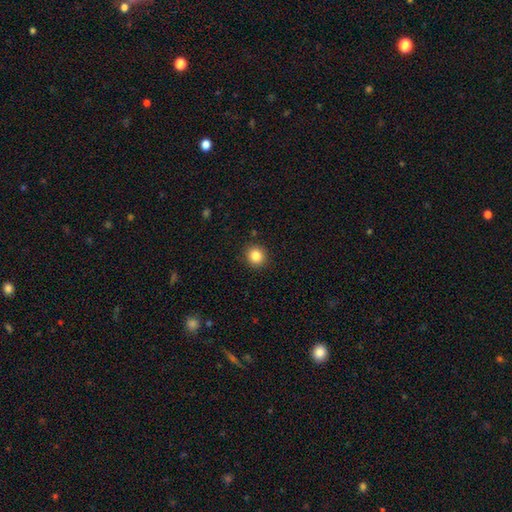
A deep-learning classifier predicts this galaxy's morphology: A smooth galaxy with no disk features (85%) that is round (89%).

Vote fractions:
- Smooth or featured? smooth: 85% / star or artifact: 10% / featured or disk: 4%
- How rounded? round: 89% / in between: 10% / cigar-shaped: 1%
- Merging? none: 91% / minor disturbance: 6% / major disturbance: 2% / merger: 1%